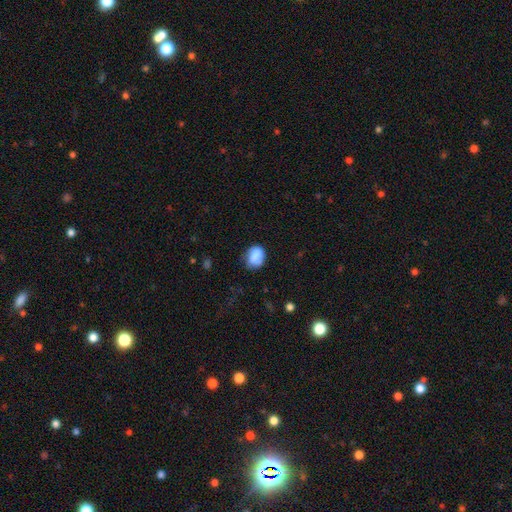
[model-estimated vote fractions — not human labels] Smooth or featured? smooth (80%)
How rounded? in between (61%)
Merging? none (55%)